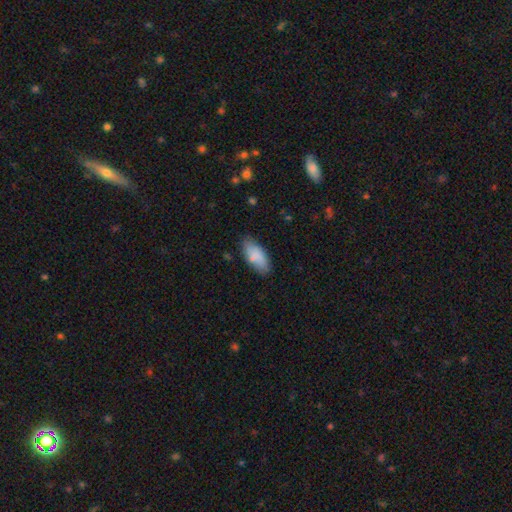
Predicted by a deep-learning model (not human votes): Morphology: type=smooth (84%); roundness=in between (87%); merging=none (76%).